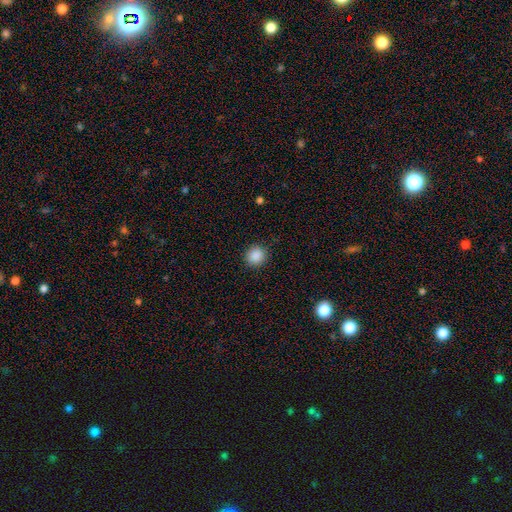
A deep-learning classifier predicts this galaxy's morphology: smooth-or-featured: smooth: 88% | star or artifact: 9% | featured or disk: 3%
  how-rounded: round: 89% | in between: 10% | cigar-shaped: 1%
  merging: none: 90% | minor disturbance: 7% | major disturbance: 2% | merger: 1%